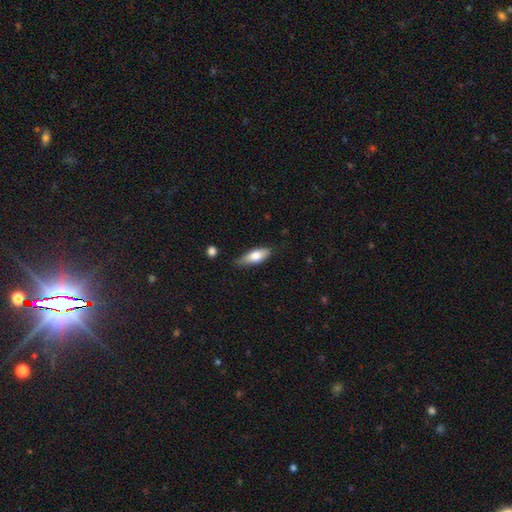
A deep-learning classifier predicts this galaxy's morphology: Smooth or featured: smooth — 71% (featured or disk — 23%)
How rounded: in between — 69% (cigar-shaped — 28%)
Merging: none — 70% (minor disturbance — 24%)